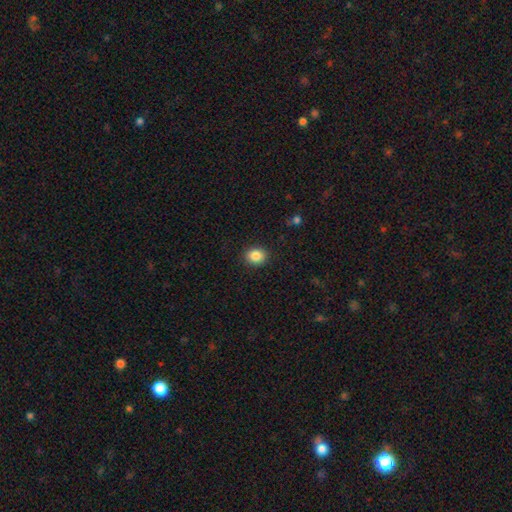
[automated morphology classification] smooth_or_featured: smooth (p=0.86) [alt: star or artifact p=0.09]
how_rounded: round (p=0.62) [alt: in between p=0.37]
merging: none (p=0.90) [alt: minor disturbance p=0.07]